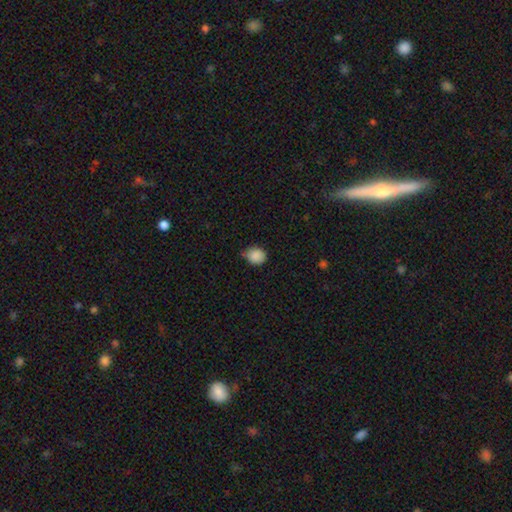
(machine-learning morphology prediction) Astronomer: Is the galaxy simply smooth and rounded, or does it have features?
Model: smooth — 87%.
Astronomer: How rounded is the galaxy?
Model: round — 73%.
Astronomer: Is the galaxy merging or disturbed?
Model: none — 59%.